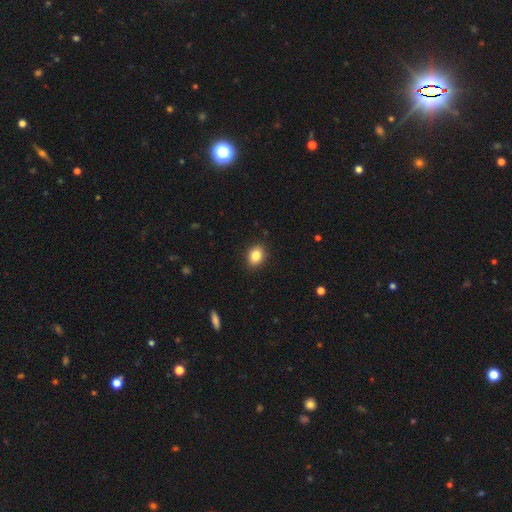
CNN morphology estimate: A smooth galaxy with no disk features (84%) that is in between round and cigar-shaped (57%).

Vote fractions:
- Smooth or featured? smooth: 84% / star or artifact: 9% / featured or disk: 6%
- How rounded? in between: 57% / round: 42% / cigar-shaped: 1%
- Merging? none: 89% / minor disturbance: 8% / major disturbance: 2% / merger: 1%